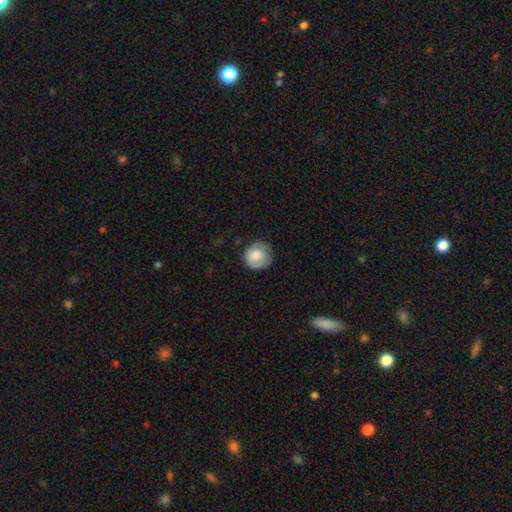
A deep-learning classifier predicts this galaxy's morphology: Smooth or featured? Predicted: smooth (p=0.75). How rounded? Predicted: round (p=0.87). Merging? Predicted: none (p=0.68).